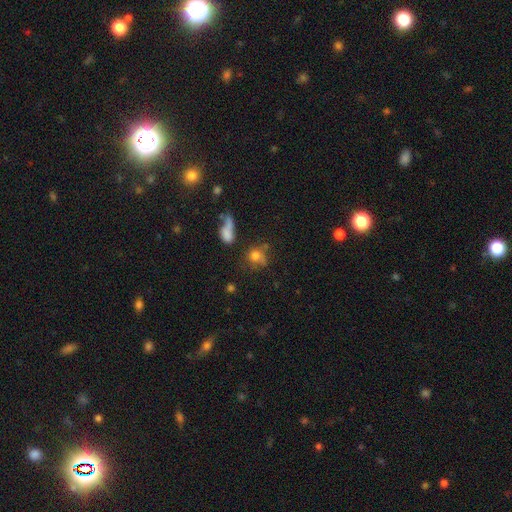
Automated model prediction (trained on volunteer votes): Smooth or featured? smooth (71%)
How rounded? round (67%)
Merging? none (46%)